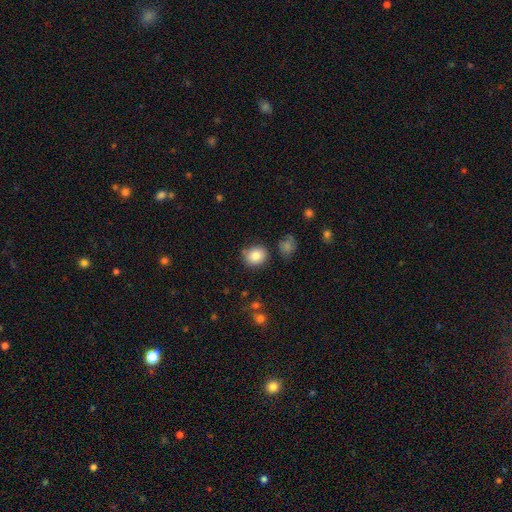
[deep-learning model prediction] Smooth or featured? Predicted: smooth (p=0.83). How rounded? Predicted: round (p=0.76). Merging? Predicted: none (p=0.80).